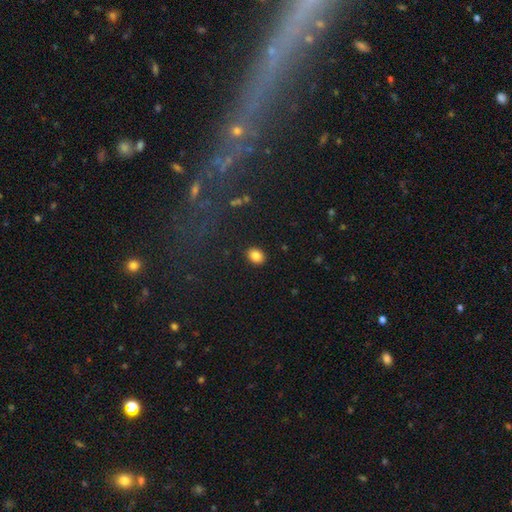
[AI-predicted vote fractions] Smooth or featured: smooth — 85% (star or artifact — 10%)
How rounded: in between — 57% (round — 42%)
Merging: none — 89% (minor disturbance — 8%)